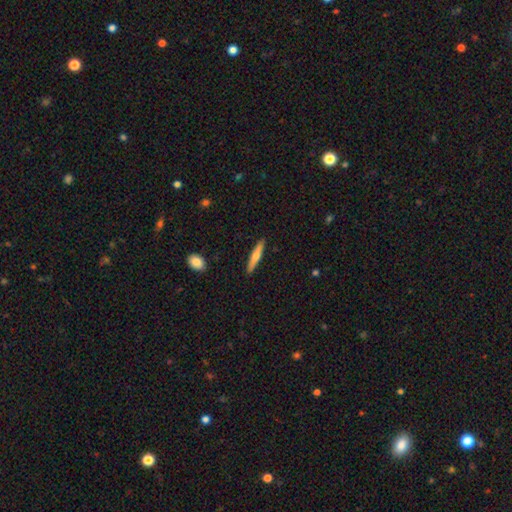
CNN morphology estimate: A smooth galaxy with no disk features (49%). Merging: none (91%).